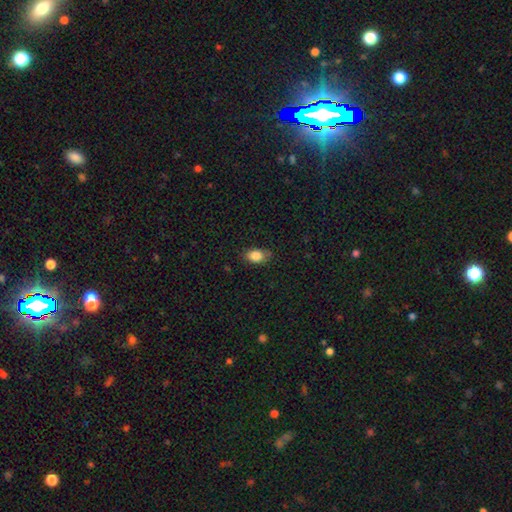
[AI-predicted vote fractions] A smooth galaxy with no disk features (86%) that is in between round and cigar-shaped (82%). Merging: none (76%).